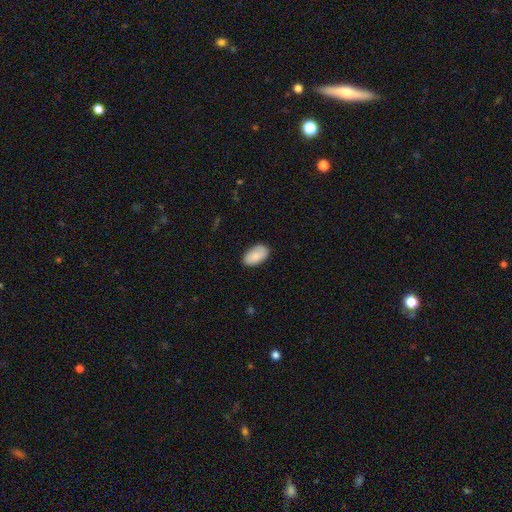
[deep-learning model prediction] Overall: smooth (86%). How rounded: in between (95%). Merging: none (86%).